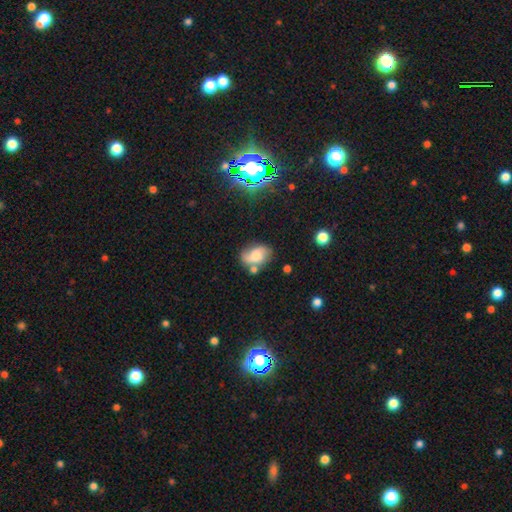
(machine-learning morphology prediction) Smooth or featured?
  - smooth: 46% *
  - featured or disk: 42%
  - star or artifact: 12%
Merging?
  - none: 54% *
  - minor disturbance: 23%
  - merger: 16%
  - major disturbance: 8%